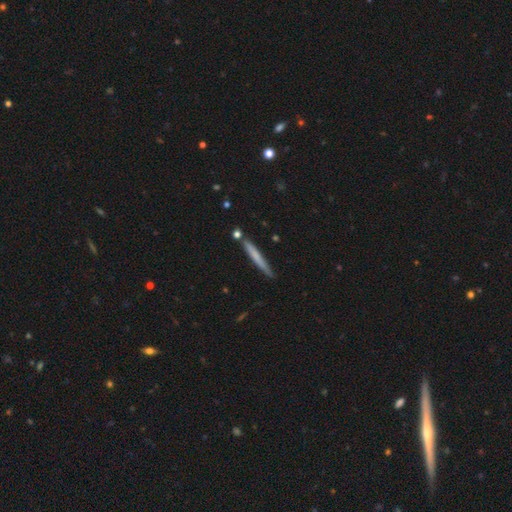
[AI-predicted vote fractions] smooth-or-featured: smooth: 60% | featured or disk: 34% | star or artifact: 6%
  how-rounded: cigar-shaped: 96% | in between: 2% | round: 1%
  merging: none: 80% | minor disturbance: 13% | merger: 5% | major disturbance: 2%